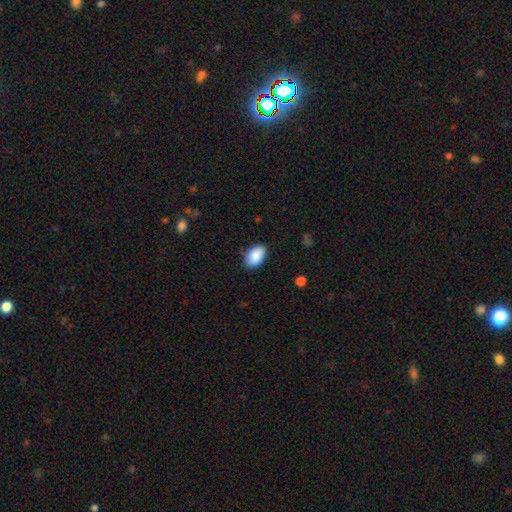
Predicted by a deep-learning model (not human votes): Smooth or featured? Predicted: smooth (p=0.89). How rounded? Predicted: in between (p=0.92). Merging? Predicted: none (p=0.84).